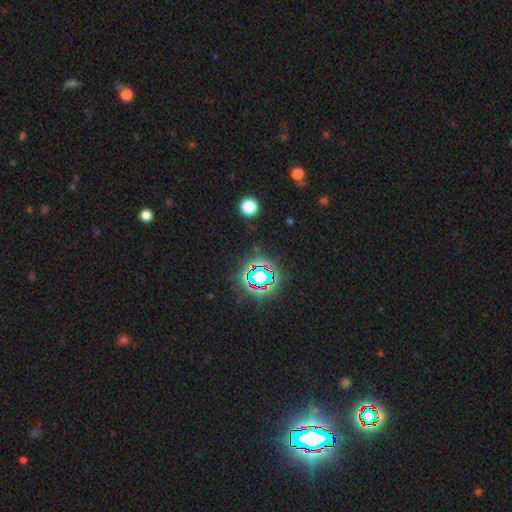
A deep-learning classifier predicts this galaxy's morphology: Q: Smooth or featured?
A: star or artifact (81%); runner-up: smooth (12%)